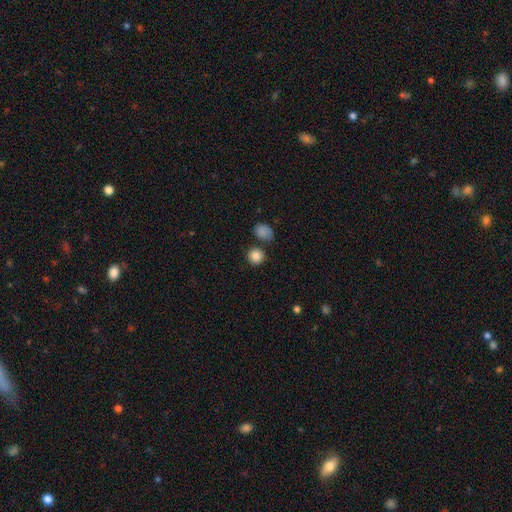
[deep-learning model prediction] smooth_or_featured: smooth (p=0.86) [alt: star or artifact p=0.10]
how_rounded: round (p=0.89) [alt: in between p=0.10]
merging: none (p=0.79) [alt: merger p=0.10]